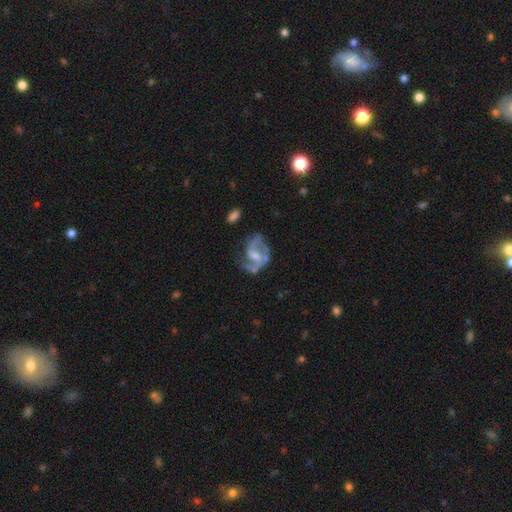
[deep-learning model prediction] Smooth or featured? Predicted: featured or disk (p=0.83). Edge-on disk? Predicted: no (p=0.98). Bar? Predicted: weak (p=0.51). Spiral arms? Predicted: yes (p=0.91). Spiral winding? Predicted: medium (p=0.53). Spiral arm count? Predicted: 2 (p=0.80). Bulge size? Predicted: moderate (p=0.45). Merging? Predicted: none (p=0.53).